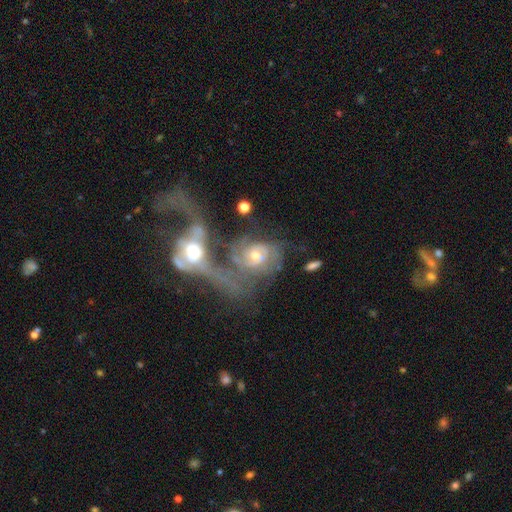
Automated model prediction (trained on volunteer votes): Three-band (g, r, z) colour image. It shows a featured or disk galaxy (79%) with no bar (64%), 2 (41%) tight (40%) spiral arms (84%) and a moderate central bulge (61%). Merging: merger (63%).